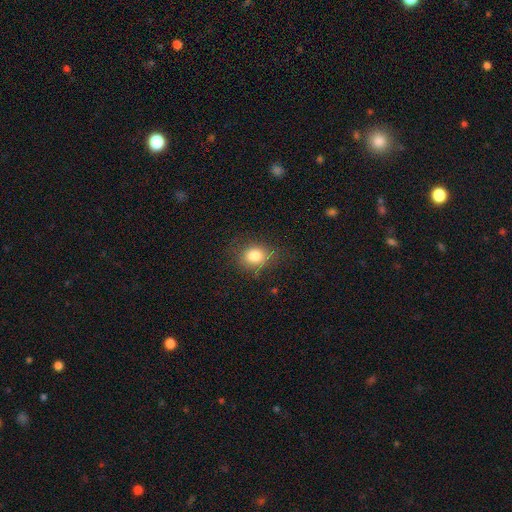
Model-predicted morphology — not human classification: A smooth galaxy with no disk features (82%) that is round (63%). Merging: none (69%).